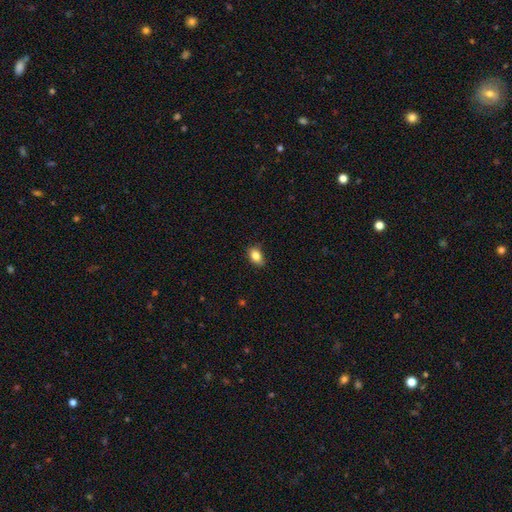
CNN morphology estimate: The model was most divided on "merging": none: 80%, minor disturbance: 17%, major disturbance: 3%, merger: 1%. More confident: smooth or featured — smooth (85%); how rounded — in between (83%).